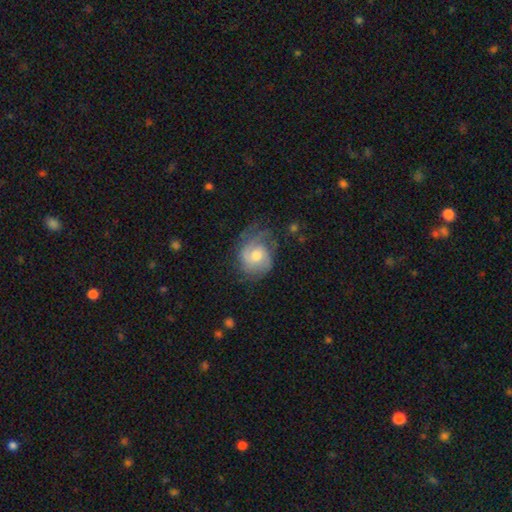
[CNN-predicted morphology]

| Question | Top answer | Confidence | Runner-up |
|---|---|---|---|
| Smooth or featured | featured or disk | 67% | smooth (26%) |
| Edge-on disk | no | 97% | yes (3%) |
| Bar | no | 64% | weak (32%) |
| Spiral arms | yes | 89% | no (11%) |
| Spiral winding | medium | 42% | tight (38%) |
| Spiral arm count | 2 | 54% | can't tell (22%) |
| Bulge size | moderate | 66% | small (22%) |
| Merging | none | 56% | minor disturbance (26%) |